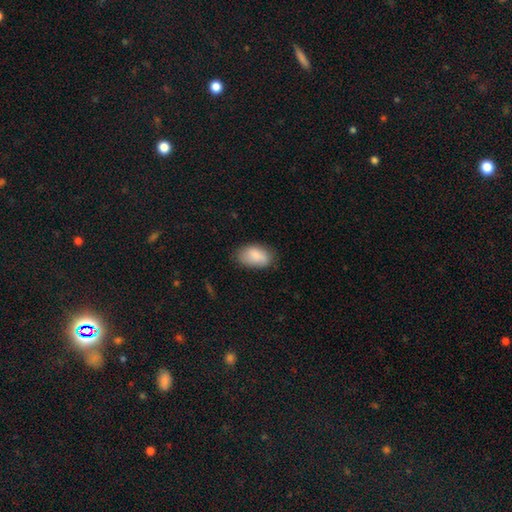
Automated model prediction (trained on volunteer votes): Smooth or featured: smooth — 86% (featured or disk — 7%)
How rounded: in between — 92% (round — 6%)
Merging: none — 73% (minor disturbance — 21%)